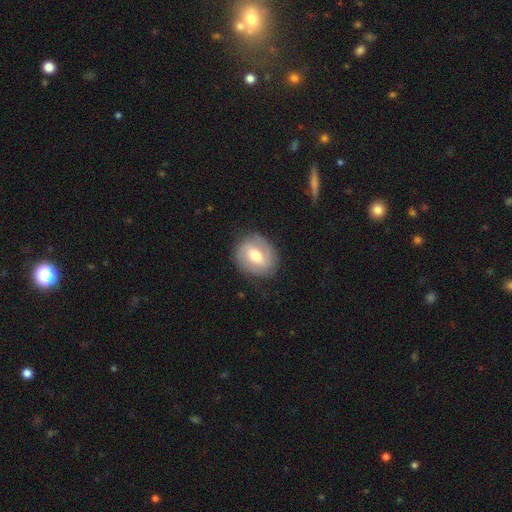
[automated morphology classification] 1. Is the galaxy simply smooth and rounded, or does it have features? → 67% featured or disk, 27% smooth, 6% star or artifact.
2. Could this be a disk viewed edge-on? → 96% no, 4% yes.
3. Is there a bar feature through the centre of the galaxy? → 48% weak, 27% no, 26% strong.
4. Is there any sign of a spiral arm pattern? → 85% yes, 15% no.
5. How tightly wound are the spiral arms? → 50% tight, 37% medium, 13% loose.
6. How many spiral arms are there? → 73% 2, 14% can't tell, 7% 3, 3% 1, 2% 4, 2% more than 4.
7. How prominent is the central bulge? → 72% moderate, 16% small, 10% large, 1% dominant, 1% none.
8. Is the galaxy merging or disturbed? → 81% none, 13% minor disturbance, 5% major disturbance, 1% merger.